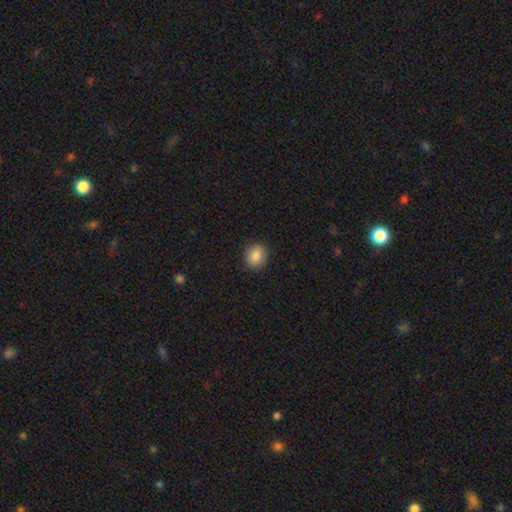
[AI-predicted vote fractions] This appears to be a smooth galaxy with no disk features (87%) that is round (81%). Merging: none (91%).